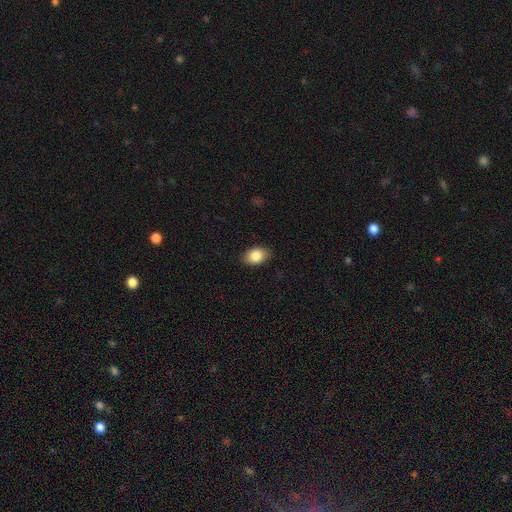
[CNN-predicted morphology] Smooth or featured? Predicted: smooth (p=0.85). How rounded? Predicted: in between (p=0.85). Merging? Predicted: none (p=0.87).